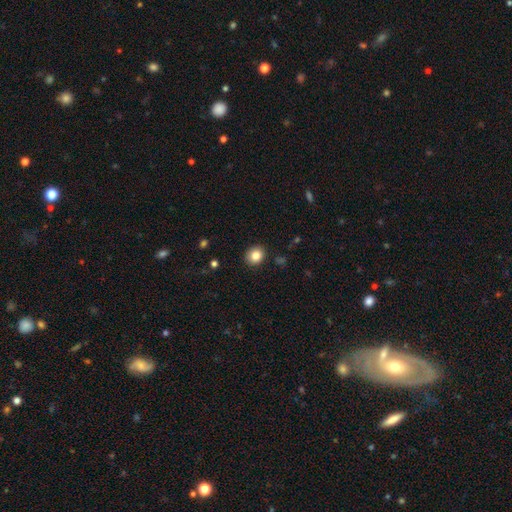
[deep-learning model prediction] The model was most divided on "how rounded": round: 69%, in between: 30%, cigar-shaped: 1%. More confident: merging — none (89%); smooth or featured — smooth (84%).